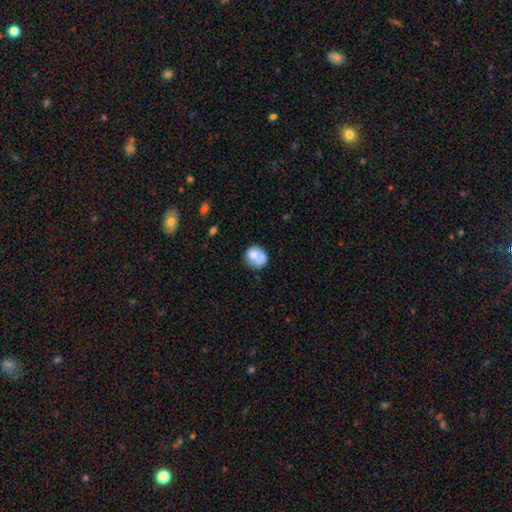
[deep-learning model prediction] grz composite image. It shows a smooth galaxy with no disk features (70%) that is round (71%). Merging: none (44%).